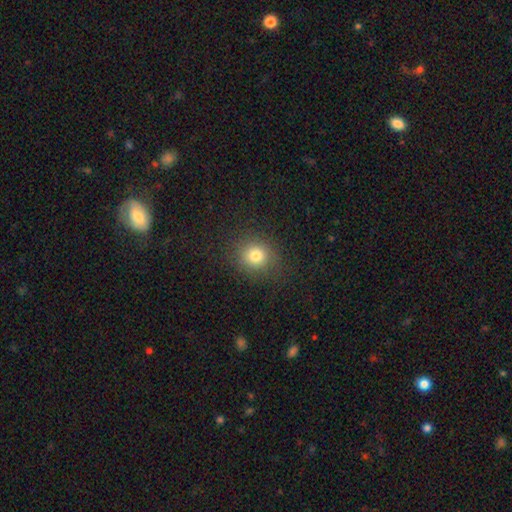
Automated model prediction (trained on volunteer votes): Smooth or featured?
  - smooth: 78% *
  - star or artifact: 15%
  - featured or disk: 7%
How rounded?
  - round: 86% *
  - in between: 13%
  - cigar-shaped: 1%
Merging?
  - none: 87% *
  - minor disturbance: 8%
  - major disturbance: 4%
  - merger: 1%